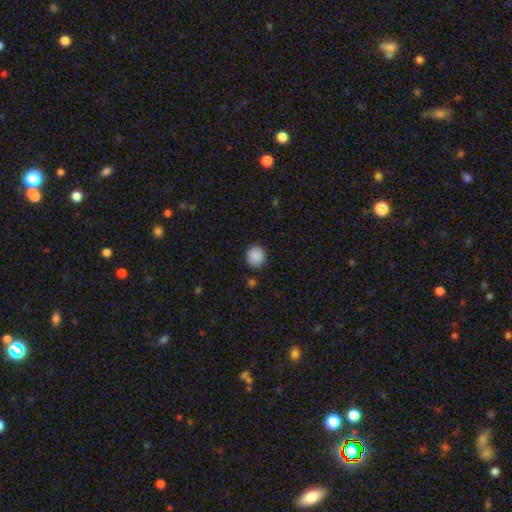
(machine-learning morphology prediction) Smooth or featured? smooth (88%)
How rounded? round (80%)
Merging? none (84%)